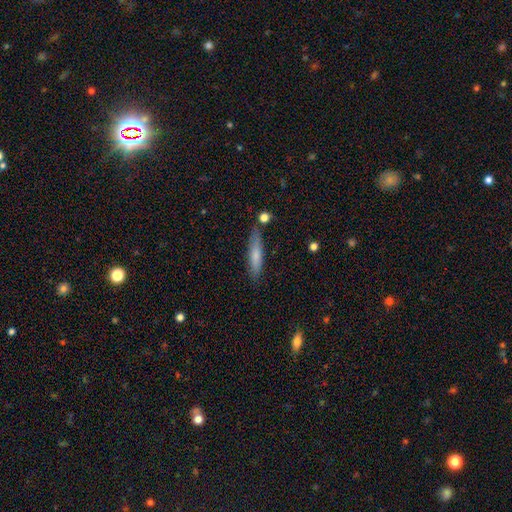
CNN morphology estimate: Smooth or featured? Predicted: smooth (p=0.71). How rounded? Predicted: cigar-shaped (p=0.83). Merging? Predicted: none (p=0.79).